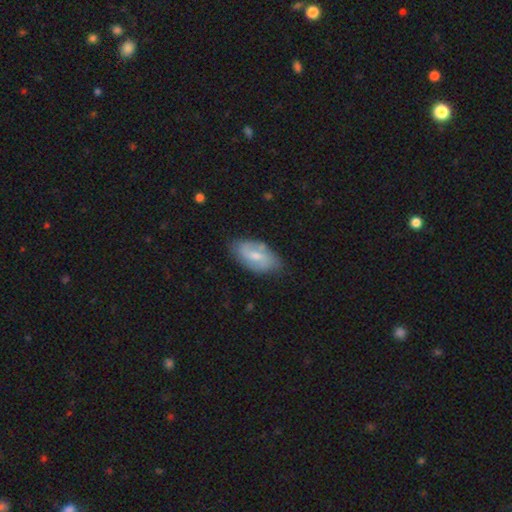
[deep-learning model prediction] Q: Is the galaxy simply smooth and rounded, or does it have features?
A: smooth — 50%.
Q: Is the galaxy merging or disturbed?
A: none — 71%.